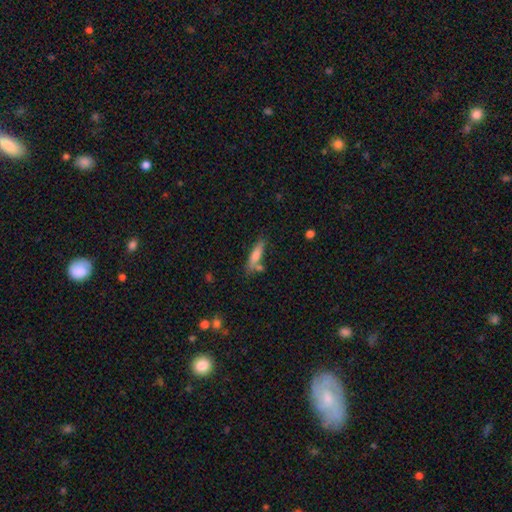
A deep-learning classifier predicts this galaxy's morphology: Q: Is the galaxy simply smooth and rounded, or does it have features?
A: smooth — 66%.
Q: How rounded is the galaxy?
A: cigar-shaped — 76%.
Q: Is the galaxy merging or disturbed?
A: none — 69%.